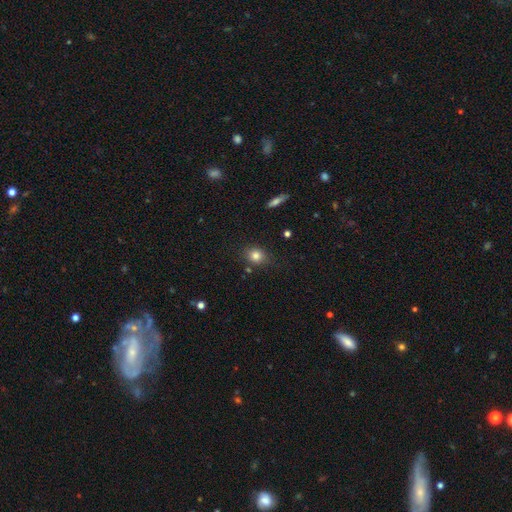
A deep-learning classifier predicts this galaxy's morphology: smooth_or_featured: smooth (p=0.82) [alt: star or artifact p=0.11]
how_rounded: round (p=0.64) [alt: in between p=0.34]
merging: none (p=0.79) [alt: minor disturbance p=0.14]